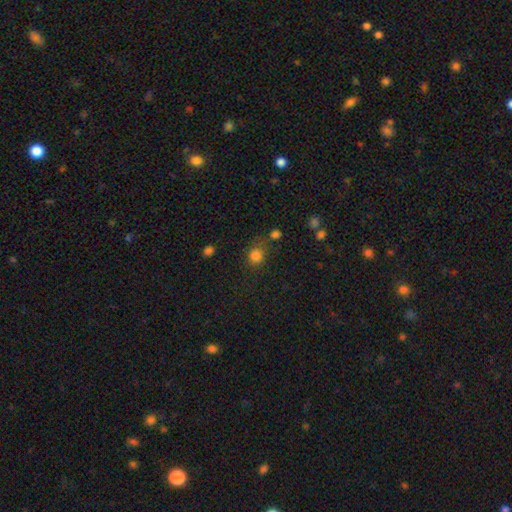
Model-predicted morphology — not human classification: type=smooth (81%); roundness=round (81%); merging=none (66%).